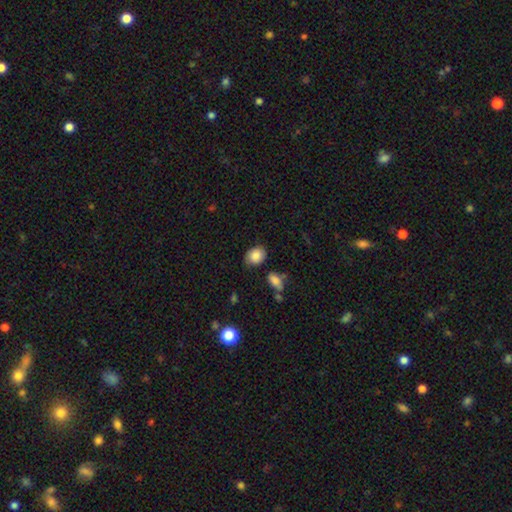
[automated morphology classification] type=smooth (84%); roundness=round (50%); merging=none (72%).